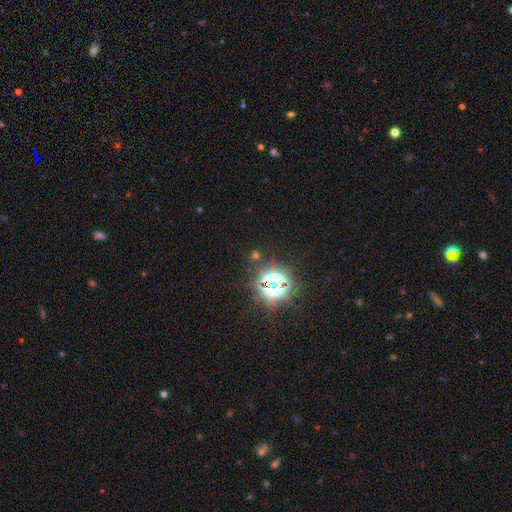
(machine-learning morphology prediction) star or artifact 68%, smooth 24%, featured or disk 8%.